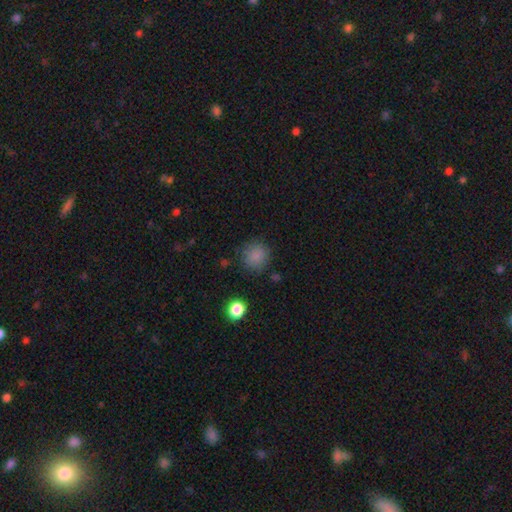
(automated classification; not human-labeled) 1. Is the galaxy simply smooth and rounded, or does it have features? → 84% smooth, 11% star or artifact, 5% featured or disk.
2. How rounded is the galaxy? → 89% round, 10% in between, 1% cigar-shaped.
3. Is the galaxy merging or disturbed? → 81% none, 12% minor disturbance, 4% major disturbance, 2% merger.